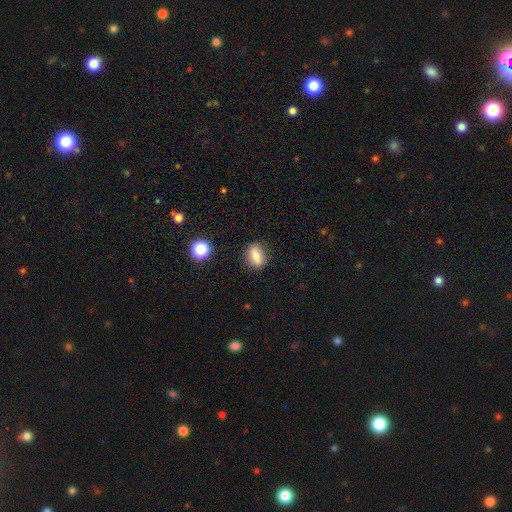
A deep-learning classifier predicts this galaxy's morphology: Smooth or featured? smooth (69%)
How rounded? in between (63%)
Merging? none (85%)